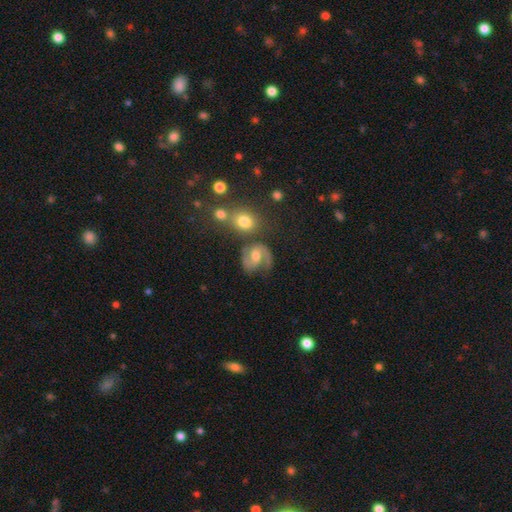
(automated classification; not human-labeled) Q: Smooth or featured?
A: featured or disk (77%); runner-up: smooth (15%)
Q: Edge-on disk?
A: no (98%); runner-up: yes (2%)
Q: Bar?
A: weak (47%); runner-up: no (39%)
Q: Spiral arms?
A: yes (95%); runner-up: no (5%)
Q: Spiral winding?
A: medium (57%); runner-up: tight (22%)
Q: Spiral arm count?
A: 2 (86%); runner-up: 1 (6%)
Q: Bulge size?
A: moderate (64%); runner-up: small (24%)
Q: Merging?
A: none (60%); runner-up: minor disturbance (19%)